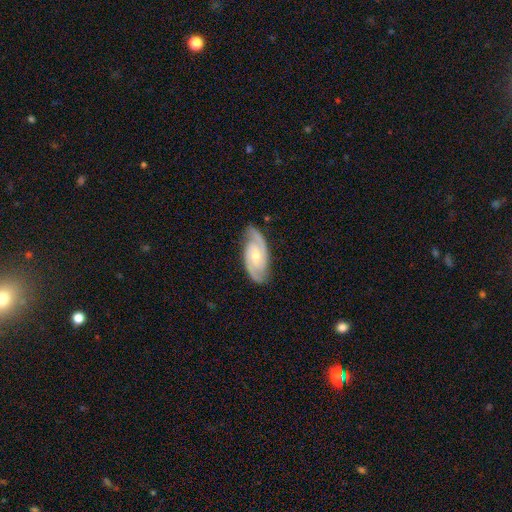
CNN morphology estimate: Smooth or featured? Predicted: featured or disk (p=0.89). Edge-on disk? Predicted: no (p=0.96). Bar? Predicted: no (p=0.45). Spiral arms? Predicted: yes (p=0.98). Spiral winding? Predicted: tight (p=0.47). Spiral arm count? Predicted: 2 (p=0.91). Bulge size? Predicted: small (p=0.48). Merging? Predicted: none (p=0.83).